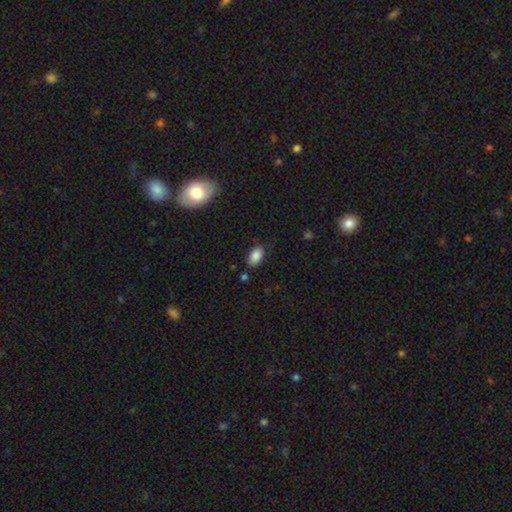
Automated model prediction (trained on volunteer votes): A smooth galaxy with no disk features (86%) that is in between round and cigar-shaped (92%). Merging: none (80%).